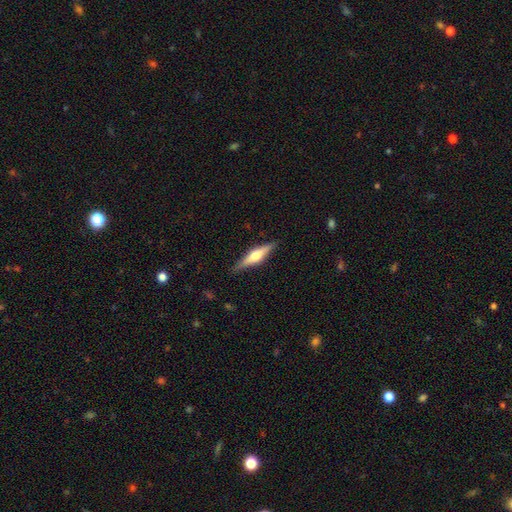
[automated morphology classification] smooth-or-featured: featured or disk: 65% | smooth: 29% | star or artifact: 6%
  disk-edge-on: yes: 97% | no: 3%
    edge-on-bulge: rounded: 90% | boxy: 7% | none: 3%
  merging: none: 88% | minor disturbance: 9% | major disturbance: 2% | merger: 1%